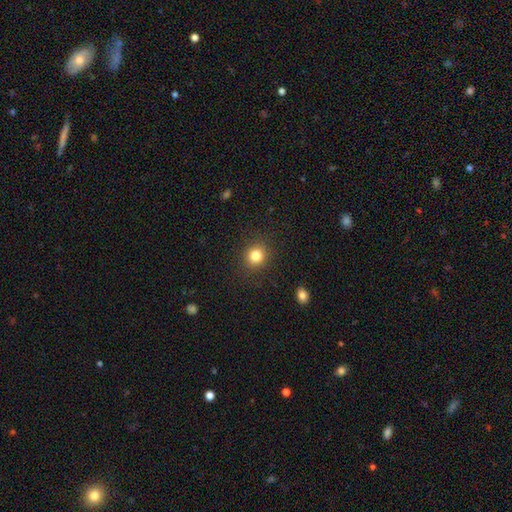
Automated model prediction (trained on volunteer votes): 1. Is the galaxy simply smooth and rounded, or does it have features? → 82% smooth, 12% star or artifact, 6% featured or disk.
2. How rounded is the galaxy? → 83% round, 16% in between, 1% cigar-shaped.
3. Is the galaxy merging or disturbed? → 88% none, 8% minor disturbance, 3% major disturbance, 1% merger.